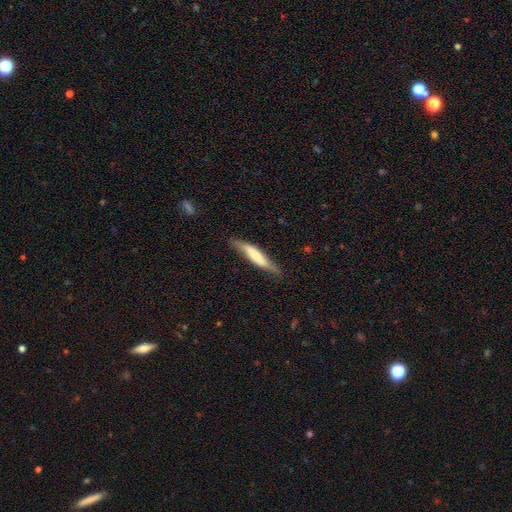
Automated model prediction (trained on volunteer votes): A smooth galaxy with no disk features (59%) that is cigar-shaped (87%). Merging: none (72%).